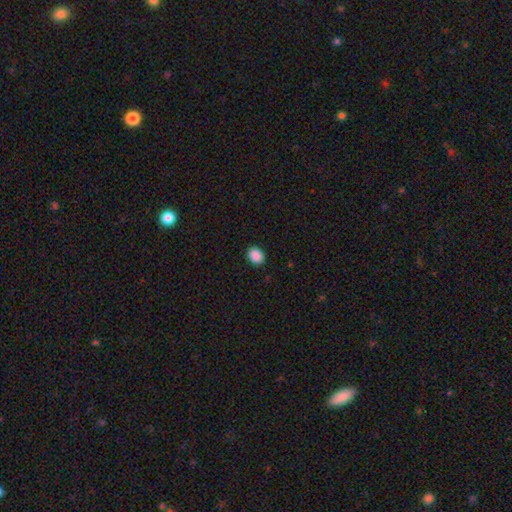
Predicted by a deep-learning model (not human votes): smooth 89%, star or artifact 9%, featured or disk 2%. Down the decision tree: how rounded — in between (53%); merging — none (90%).